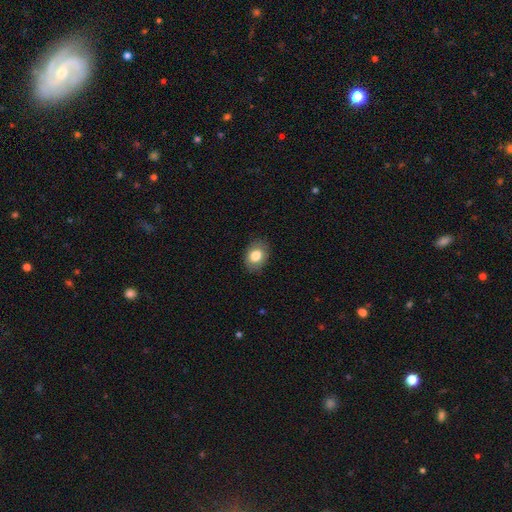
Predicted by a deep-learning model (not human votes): Q: Smooth or featured?
A: smooth (80%); runner-up: featured or disk (13%)
Q: How rounded?
A: in between (70%); runner-up: round (29%)
Q: Merging?
A: none (83%); runner-up: minor disturbance (13%)